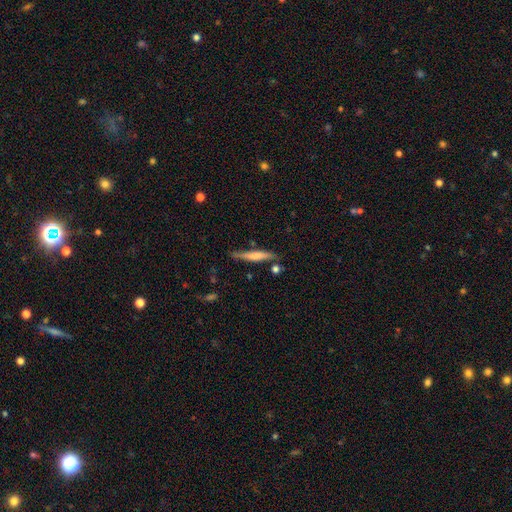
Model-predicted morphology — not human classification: type=smooth (56%); roundness=cigar-shaped (91%); merging=none (74%).